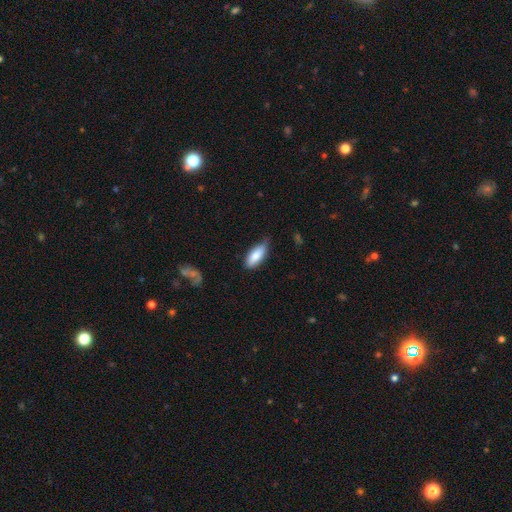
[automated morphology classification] This is clearly a smooth galaxy (83%). How rounded: clearly in between (80%). Merging: possibly none (59%).